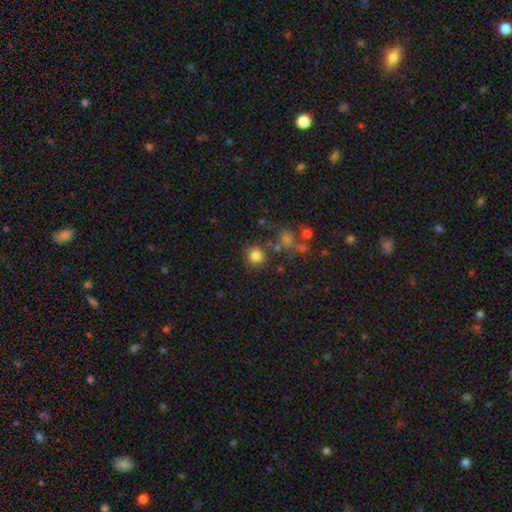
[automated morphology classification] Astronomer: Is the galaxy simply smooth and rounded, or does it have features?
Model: smooth — 81%.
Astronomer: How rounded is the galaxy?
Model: round — 92%.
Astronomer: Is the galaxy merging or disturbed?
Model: none — 80%.